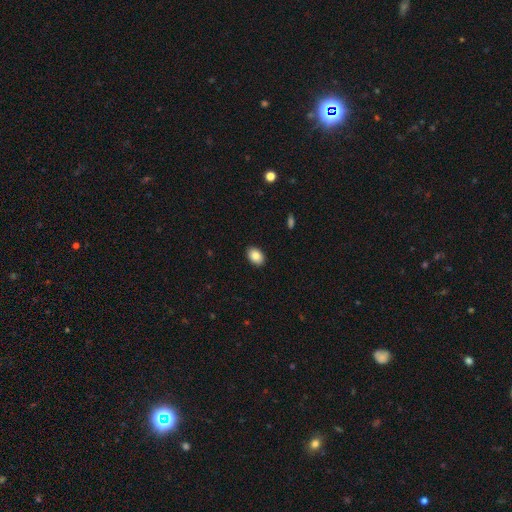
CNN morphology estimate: The model was most divided on "how rounded": in between: 82%, round: 17%, cigar-shaped: 1%. More confident: merging — none (90%); smooth or featured — smooth (85%).